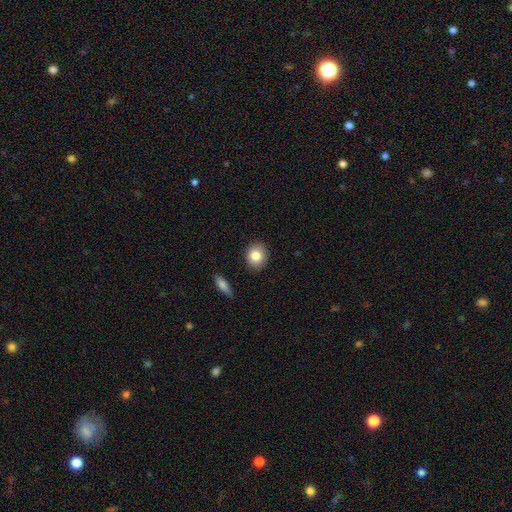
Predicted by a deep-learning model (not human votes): Smooth or featured? Predicted: smooth (p=0.82). How rounded? Predicted: round (p=0.57). Merging? Predicted: none (p=0.89).